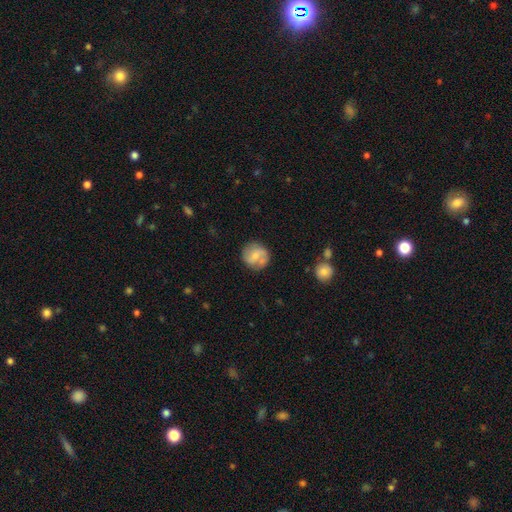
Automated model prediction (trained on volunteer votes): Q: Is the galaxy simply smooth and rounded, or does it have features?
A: smooth — 49%.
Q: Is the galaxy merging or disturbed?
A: none — 76%.